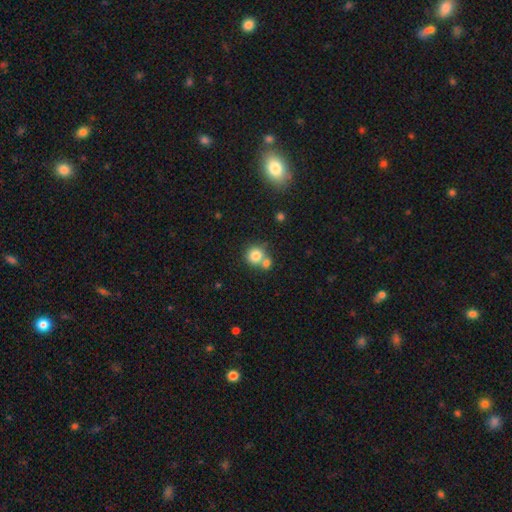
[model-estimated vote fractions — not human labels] smooth 81%, star or artifact 10%, featured or disk 9%. Down the decision tree: how rounded — round (88%); merging — none (50%).